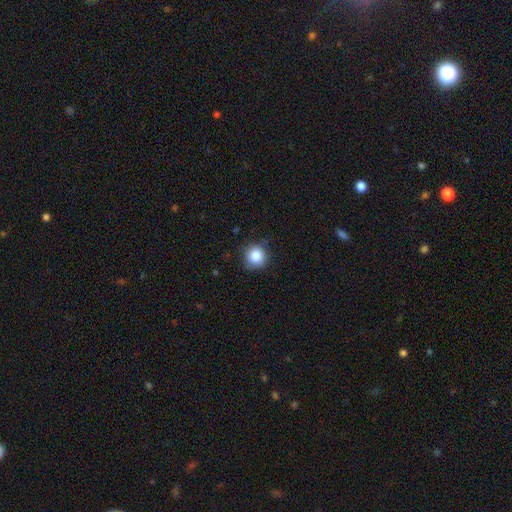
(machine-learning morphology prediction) A smooth galaxy with no disk features (85%) that is round (93%). Merging: none (82%).